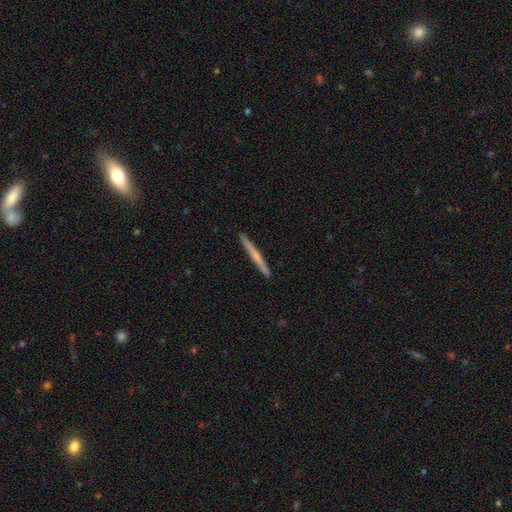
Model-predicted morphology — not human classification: Smooth or featured? Predicted: smooth (p=0.49). Merging? Predicted: none (p=0.93).